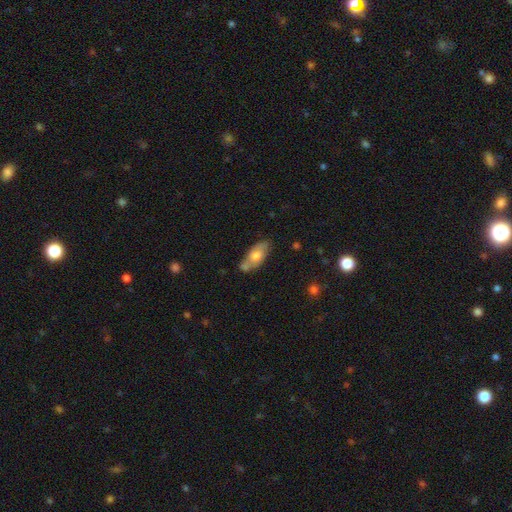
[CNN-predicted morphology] This appears to be a smooth galaxy with no disk features (59%) that is in between round and cigar-shaped (82%). Merging: none (62%).